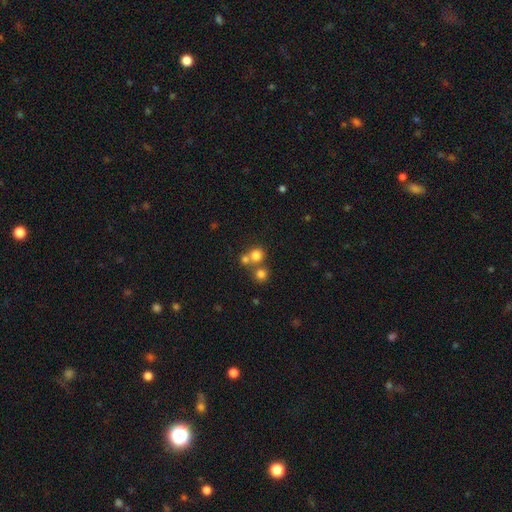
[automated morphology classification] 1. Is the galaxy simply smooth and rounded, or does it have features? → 74% smooth, 16% star or artifact, 10% featured or disk.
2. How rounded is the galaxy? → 87% round, 12% in between, 1% cigar-shaped.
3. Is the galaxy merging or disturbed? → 53% none, 37% merger, 7% minor disturbance, 3% major disturbance.